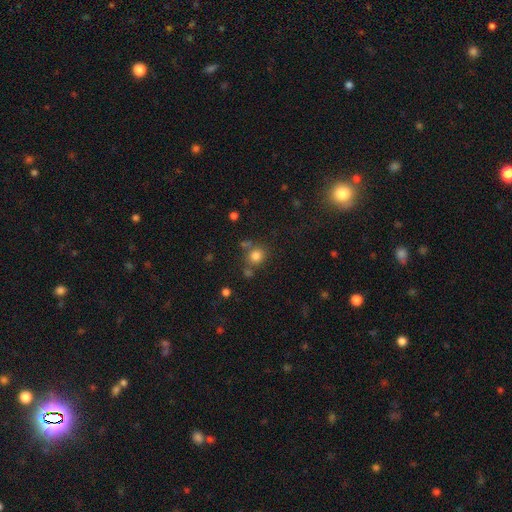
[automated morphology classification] This appears to be a smooth galaxy with no disk features (80%) that is round (86%). Merging: none (69%).